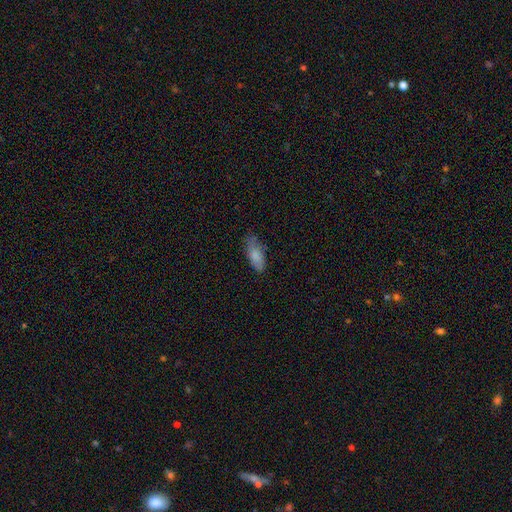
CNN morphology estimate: Smooth or featured? smooth (84%)
How rounded? in between (79%)
Merging? none (63%)